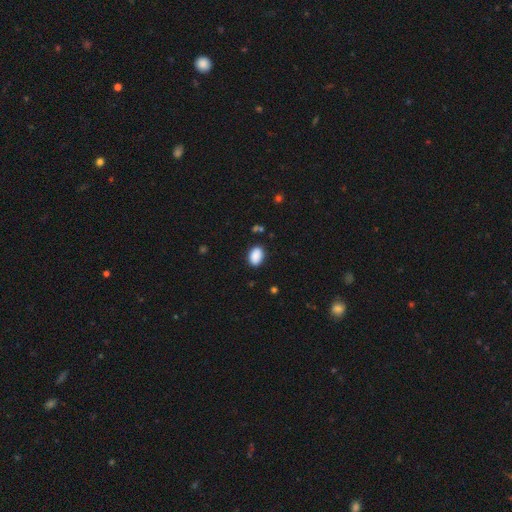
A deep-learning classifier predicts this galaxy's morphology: type=smooth (90%); roundness=in between (87%); merging=none (86%).